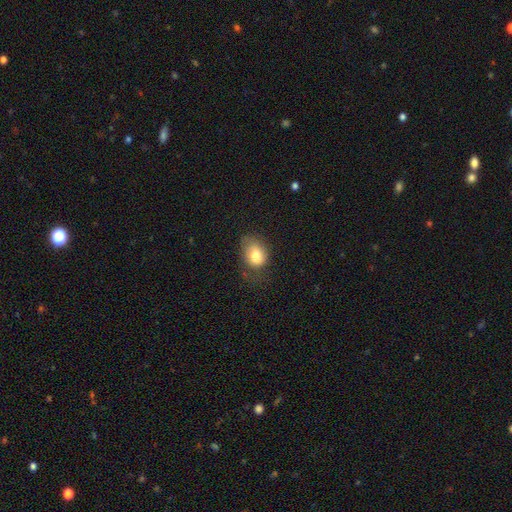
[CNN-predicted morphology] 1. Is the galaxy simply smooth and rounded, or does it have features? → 79% smooth, 12% featured or disk, 9% star or artifact.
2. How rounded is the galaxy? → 63% in between, 36% round, 1% cigar-shaped.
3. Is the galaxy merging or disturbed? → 48% none, 33% minor disturbance, 17% major disturbance, 2% merger.